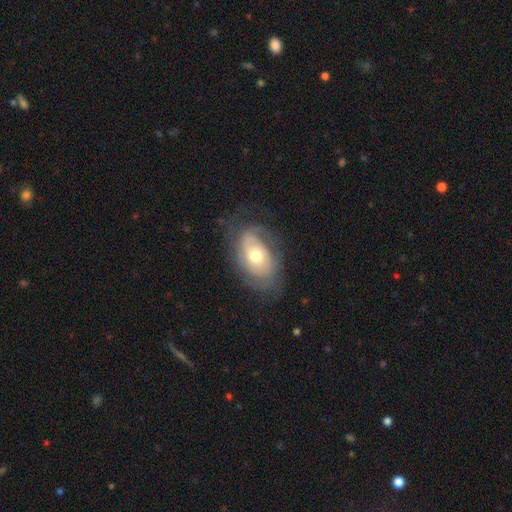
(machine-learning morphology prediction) Smooth or featured: featured or disk — 71% (smooth — 23%)
Edge-on disk: no — 94% (yes — 6%)
Bar: no — 76% (weak — 19%)
Spiral arms: yes — 82% (no — 18%)
Spiral winding: tight — 56% (medium — 30%)
Spiral arm count: can't tell — 38% (tied with 2 — 38%)
Bulge size: moderate — 70% (small — 20%)
Merging: none — 66% (minor disturbance — 20%)